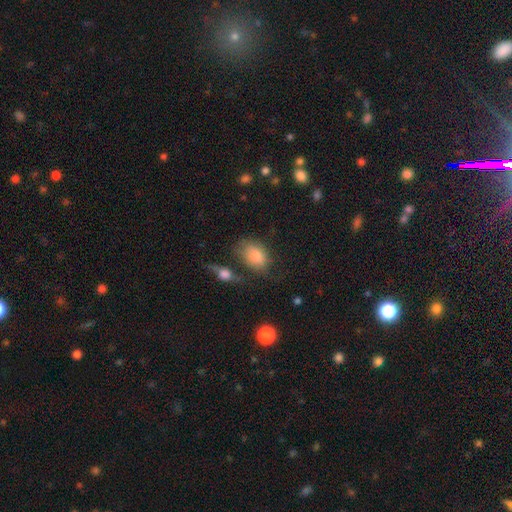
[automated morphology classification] type=smooth (80%); roundness=in between (83%); merging=none (56%).